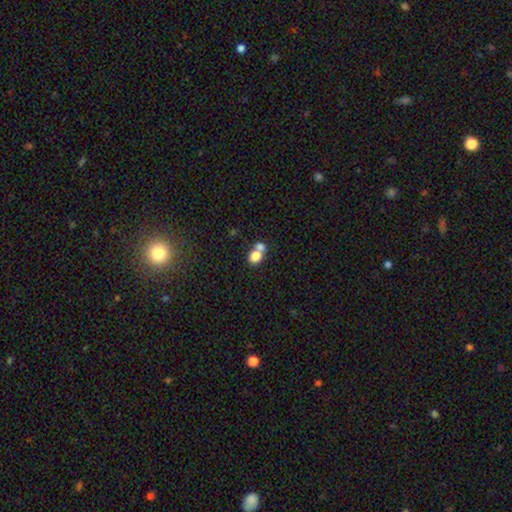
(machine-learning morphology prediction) Overall: smooth (78%). How rounded: round (56%; in between 43%). Merging: merger (60%; none 30%).